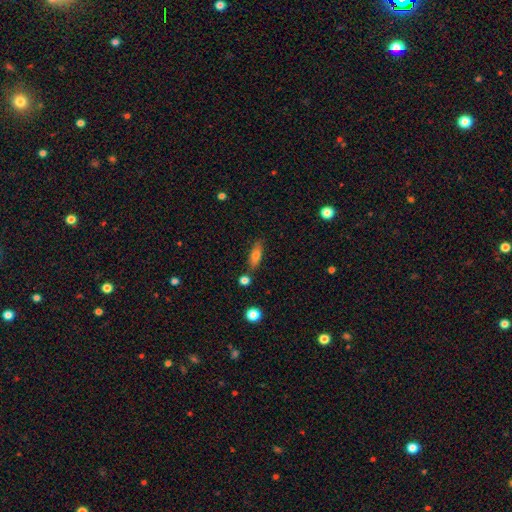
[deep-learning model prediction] Smooth or featured?
  - smooth: 72% *
  - featured or disk: 18%
  - star or artifact: 10%
How rounded?
  - in between: 55% *
  - cigar-shaped: 41%
  - round: 4%
Merging?
  - none: 78% *
  - minor disturbance: 13%
  - merger: 6%
  - major disturbance: 3%